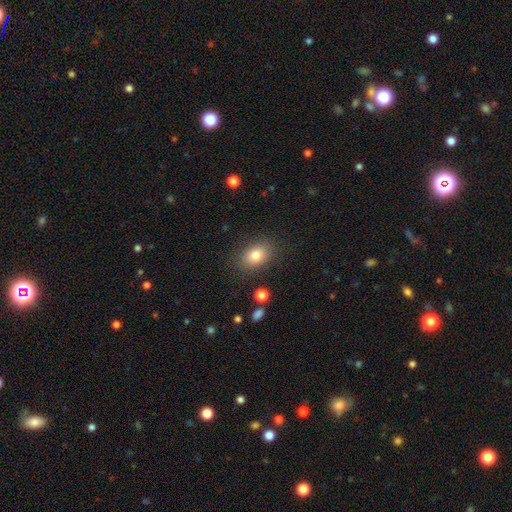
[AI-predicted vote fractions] smooth_or_featured: smooth (p=0.81) [alt: featured or disk p=0.10]
how_rounded: in between (p=0.78) [alt: round p=0.21]
merging: none (p=0.84) [alt: minor disturbance p=0.11]